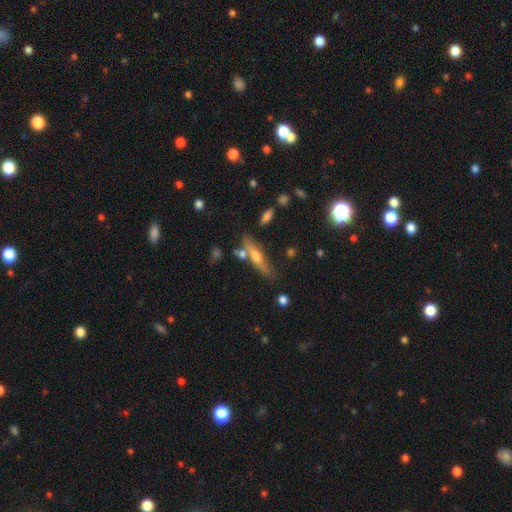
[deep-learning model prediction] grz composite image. It shows a smooth galaxy with no disk features (47%). Merging: none (68%).